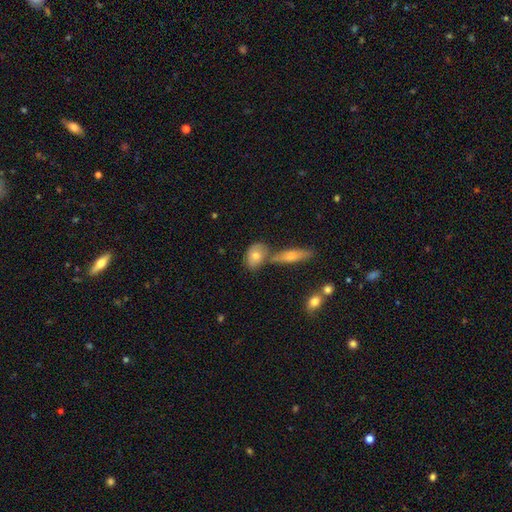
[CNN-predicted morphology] This appears to be a smooth galaxy with no disk features (73%) that is in between round and cigar-shaped (71%). Merging: none (54%).